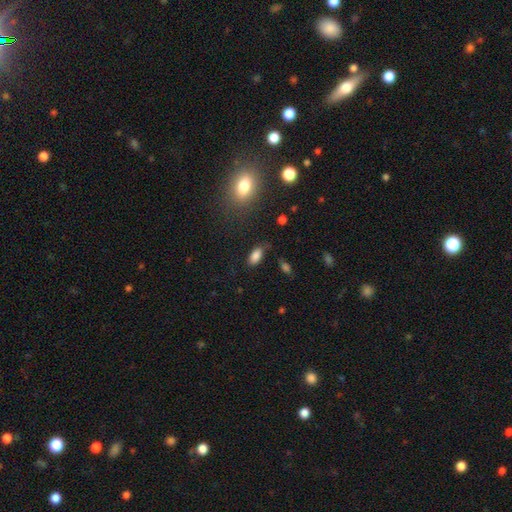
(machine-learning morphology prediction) smooth-or-featured: smooth: 85% | star or artifact: 10% | featured or disk: 6%
  how-rounded: in between: 91% | cigar-shaped: 5% | round: 4%
  merging: none: 76% | minor disturbance: 16% | major disturbance: 5% | merger: 2%